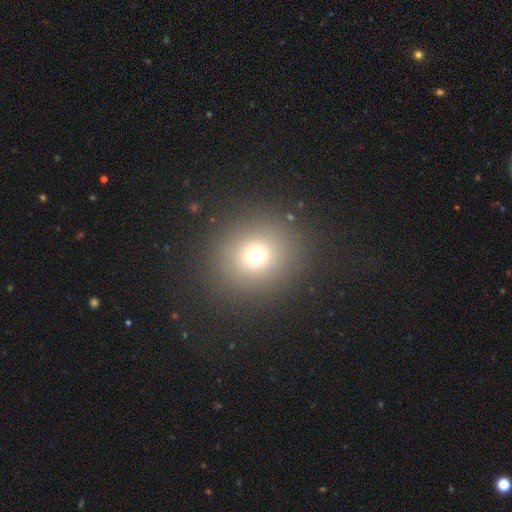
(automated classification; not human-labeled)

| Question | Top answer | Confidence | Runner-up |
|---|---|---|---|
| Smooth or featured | smooth | 70% | star or artifact (20%) |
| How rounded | round | 86% | in between (13%) |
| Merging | none | 88% | minor disturbance (6%) |